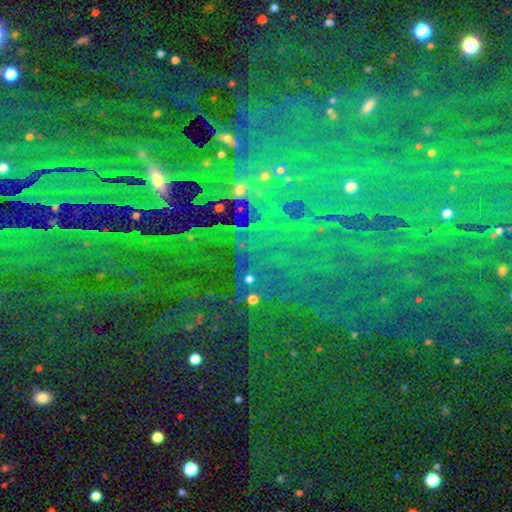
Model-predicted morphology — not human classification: smooth-or-featured: star or artifact: 80% | featured or disk: 11% | smooth: 9%